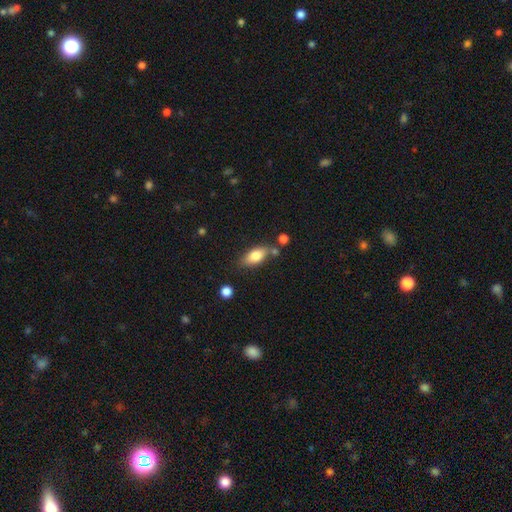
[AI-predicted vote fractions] Q: Smooth or featured?
A: smooth (78%); runner-up: featured or disk (15%)
Q: How rounded?
A: in between (86%); runner-up: cigar-shaped (10%)
Q: Merging?
A: none (67%); runner-up: minor disturbance (17%)